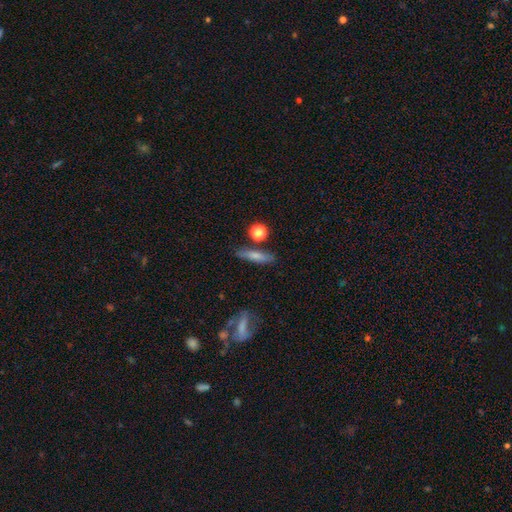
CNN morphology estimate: This appears to be a smooth galaxy with no disk features (71%) that is cigar-shaped (71%). Merging: none (80%).